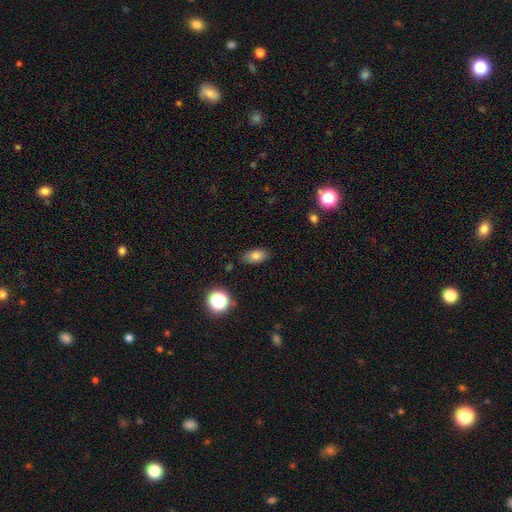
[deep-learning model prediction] smooth 78%, star or artifact 12%, featured or disk 10%. Down the decision tree: how rounded — in between (87%); merging — none (84%).